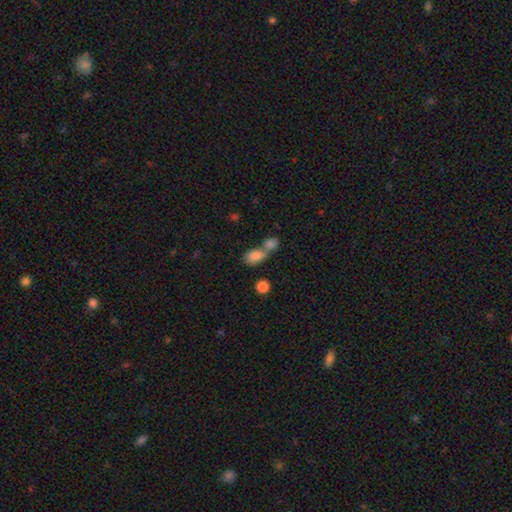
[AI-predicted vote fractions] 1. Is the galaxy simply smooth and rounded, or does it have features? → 83% smooth, 9% star or artifact, 8% featured or disk.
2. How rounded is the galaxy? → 82% in between, 15% round, 3% cigar-shaped.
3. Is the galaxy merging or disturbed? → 52% merger, 35% none, 9% minor disturbance, 4% major disturbance.